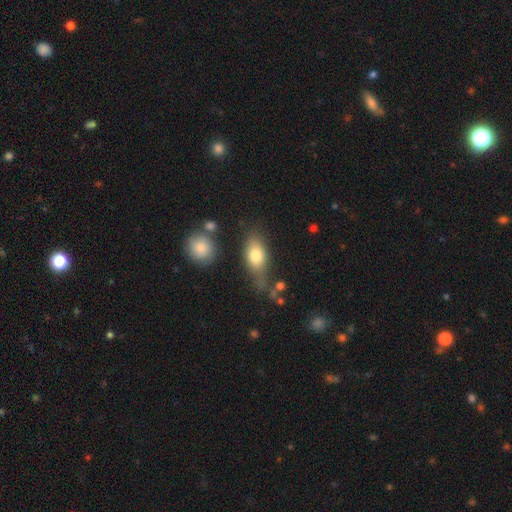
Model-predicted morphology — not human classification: Smooth or featured? smooth (77%)
How rounded? in between (83%)
Merging? none (54%)